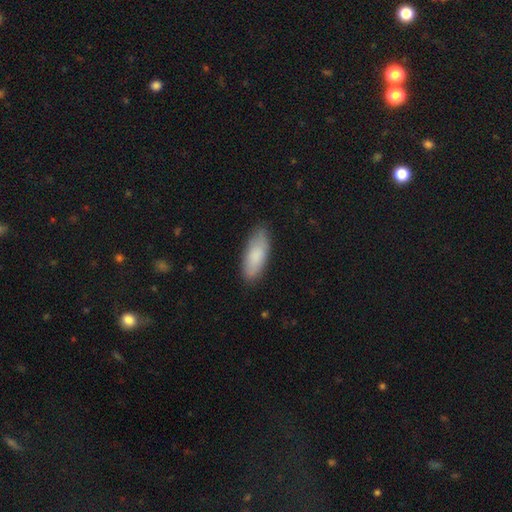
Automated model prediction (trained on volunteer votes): Smooth or featured: smooth — 84% (featured or disk — 10%)
How rounded: in between — 75% (cigar-shaped — 23%)
Merging: none — 80% (minor disturbance — 16%)